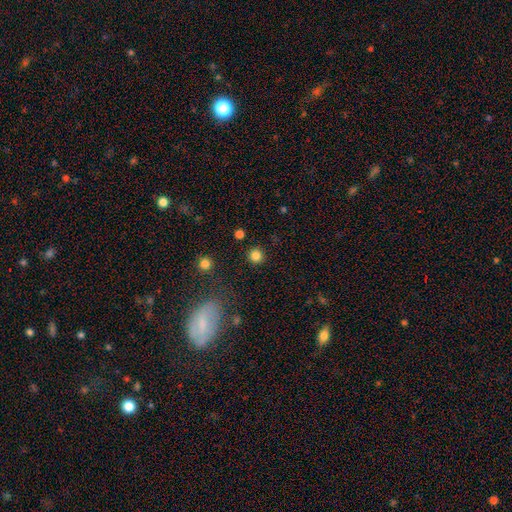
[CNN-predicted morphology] smooth_or_featured: smooth (p=0.83) [alt: star or artifact p=0.13]
how_rounded: round (p=0.94) [alt: in between p=0.05]
merging: none (p=0.91) [alt: minor disturbance p=0.05]